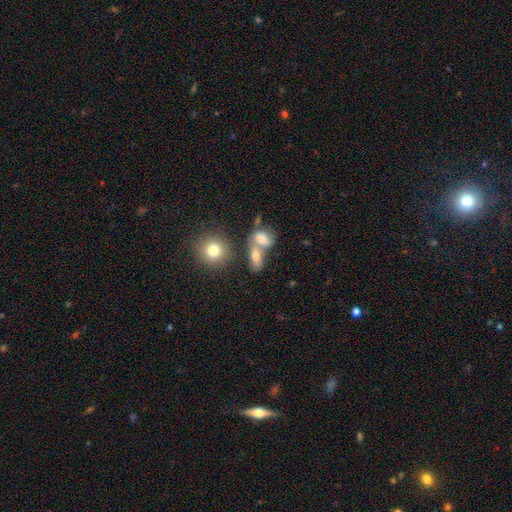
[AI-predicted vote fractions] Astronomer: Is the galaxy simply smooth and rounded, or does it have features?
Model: smooth — 72%.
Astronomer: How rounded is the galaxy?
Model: in between — 71%.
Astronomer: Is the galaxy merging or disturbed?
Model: merger — 46% (runner-up: none, 39%).